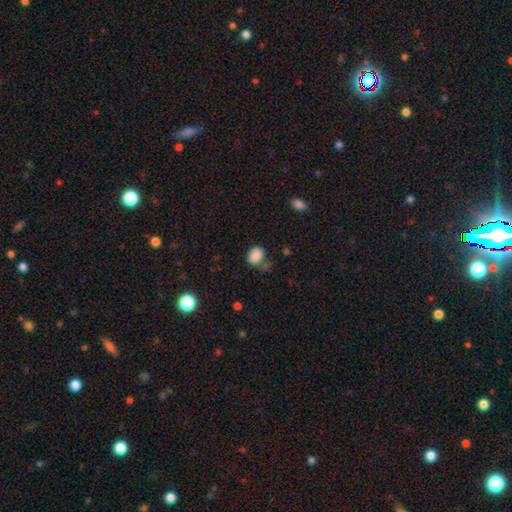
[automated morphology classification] Smooth or featured?
  - smooth: 86% *
  - star or artifact: 9%
  - featured or disk: 5%
How rounded?
  - in between: 58% *
  - round: 41%
  - cigar-shaped: 1%
Merging?
  - none: 61% *
  - minor disturbance: 25%
  - major disturbance: 9%
  - merger: 6%